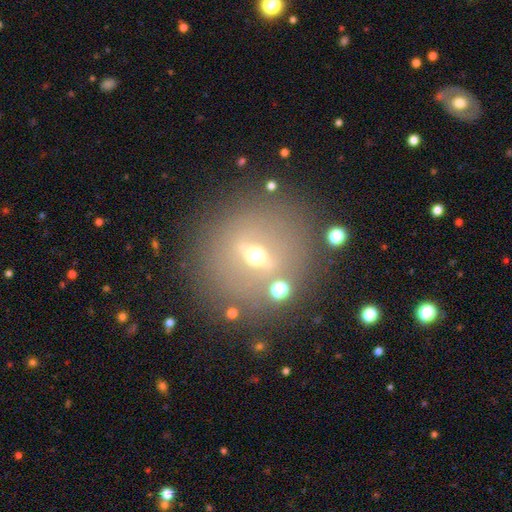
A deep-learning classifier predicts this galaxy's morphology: Smooth or featured? Predicted: featured or disk (p=0.55). Edge-on disk? Predicted: no (p=0.61). Merging? Predicted: none (p=0.82).